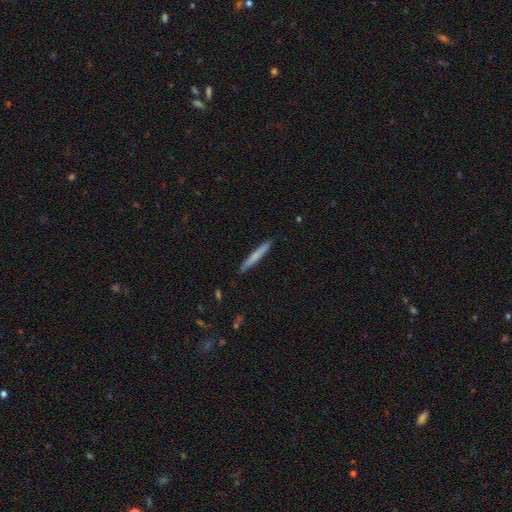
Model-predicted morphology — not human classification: Q: Smooth or featured?
A: smooth (68%); runner-up: featured or disk (27%)
Q: How rounded?
A: cigar-shaped (97%); runner-up: in between (2%)
Q: Merging?
A: none (92%); runner-up: minor disturbance (6%)